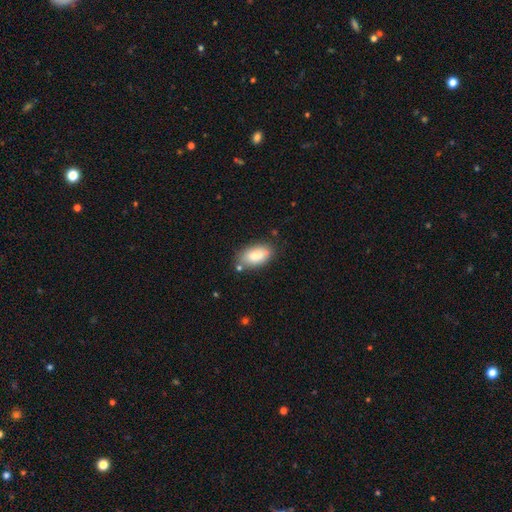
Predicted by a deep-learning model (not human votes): Smooth or featured: smooth — 79% (featured or disk — 14%)
How rounded: in between — 92% (round — 5%)
Merging: none — 75% (minor disturbance — 15%)